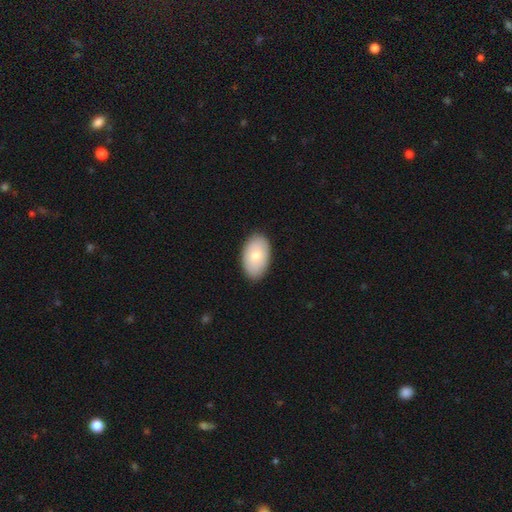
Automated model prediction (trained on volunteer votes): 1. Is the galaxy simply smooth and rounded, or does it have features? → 78% smooth, 17% featured or disk, 6% star or artifact.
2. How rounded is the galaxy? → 93% in between, 6% round, 1% cigar-shaped.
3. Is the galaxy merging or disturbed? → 89% none, 9% minor disturbance, 2% major disturbance, 1% merger.